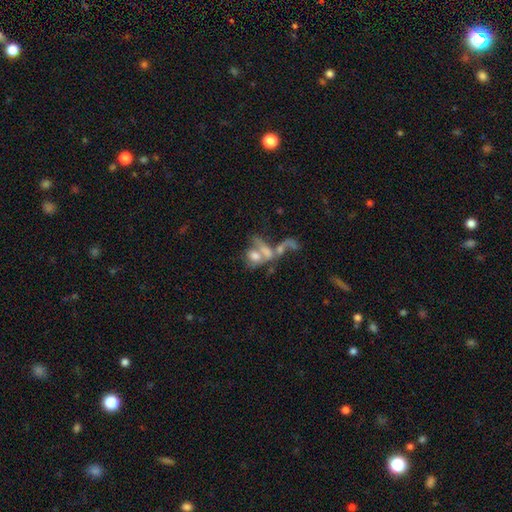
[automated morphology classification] A smooth galaxy with no disk features (46%).

Vote fractions:
- Smooth or featured? smooth: 46% / featured or disk: 39% / star or artifact: 14%
- Merging? merger: 64% / major disturbance: 18% / none: 12% / minor disturbance: 6%